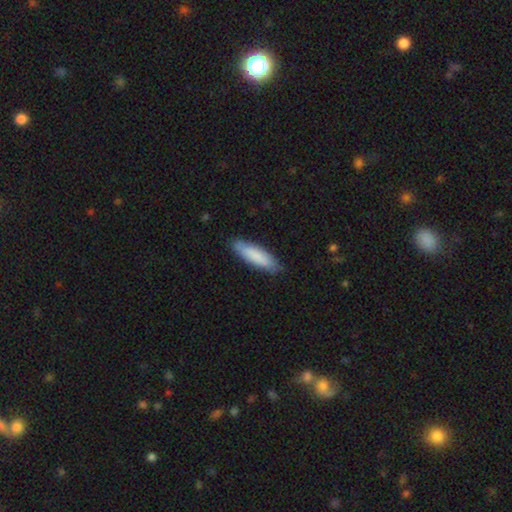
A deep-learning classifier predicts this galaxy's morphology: Q: Smooth or featured?
A: smooth (83%); runner-up: featured or disk (12%)
Q: How rounded?
A: cigar-shaped (61%); runner-up: in between (38%)
Q: Merging?
A: none (85%); runner-up: minor disturbance (12%)